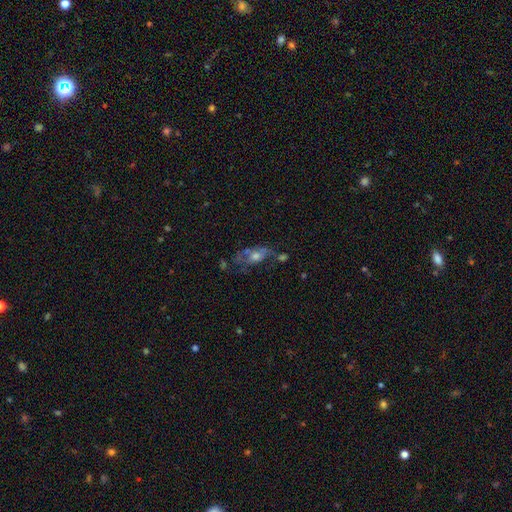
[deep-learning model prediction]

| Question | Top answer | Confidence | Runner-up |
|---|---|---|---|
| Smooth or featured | featured or disk | 52% | smooth (31%) |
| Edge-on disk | no | 84% | yes (16%) |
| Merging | none | 39% | major disturbance (25%) |